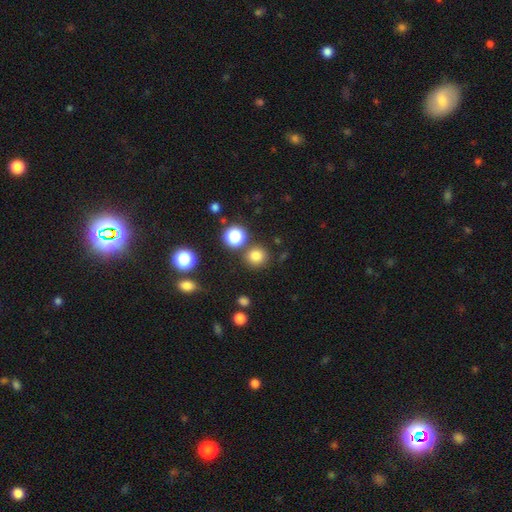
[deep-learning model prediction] Smooth or featured? smooth (78%)
How rounded? round (90%)
Merging? none (81%)